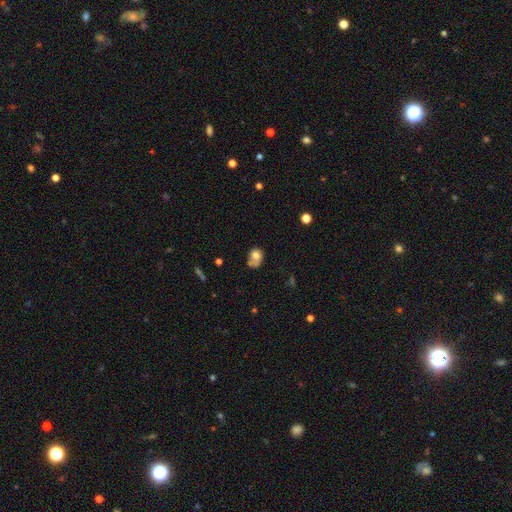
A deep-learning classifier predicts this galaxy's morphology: A smooth galaxy with no disk features (70%) that is in between round and cigar-shaped (55%).

Vote fractions:
- Smooth or featured? smooth: 70% / featured or disk: 19% / star or artifact: 11%
- How rounded? in between: 55% / round: 44% / cigar-shaped: 1%
- Merging? none: 32% / merger: 26% / minor disturbance: 23% / major disturbance: 18%